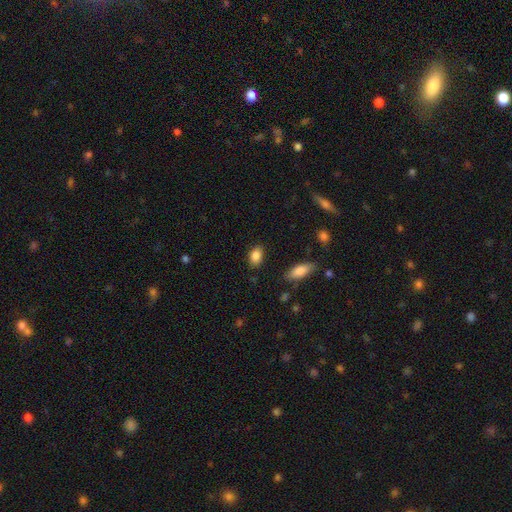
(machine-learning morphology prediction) Smooth or featured: smooth — 87% (star or artifact — 8%)
How rounded: in between — 83% (round — 15%)
Merging: none — 83% (minor disturbance — 12%)